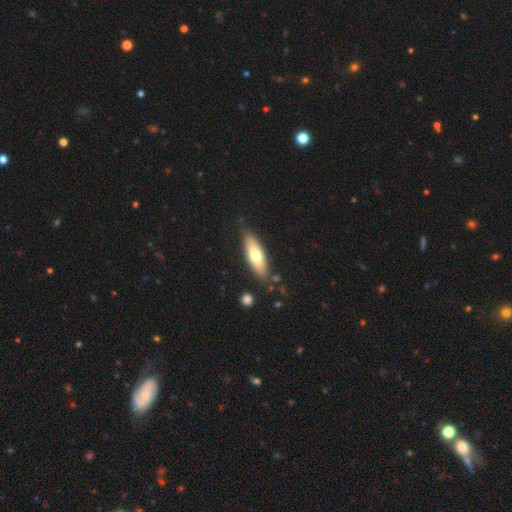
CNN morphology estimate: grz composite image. It shows a smooth galaxy with no disk features (65%) that is in between round and cigar-shaped (60%). Merging: none (80%).